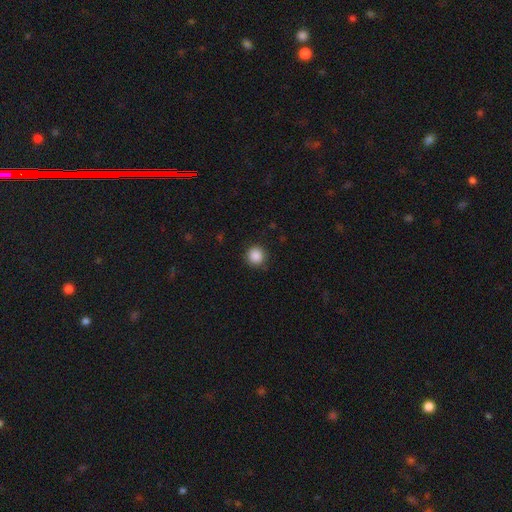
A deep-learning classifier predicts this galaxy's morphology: smooth_or_featured: smooth (p=0.88) [alt: star or artifact p=0.10]
how_rounded: round (p=0.95) [alt: in between p=0.04]
merging: none (p=0.89) [alt: minor disturbance p=0.08]